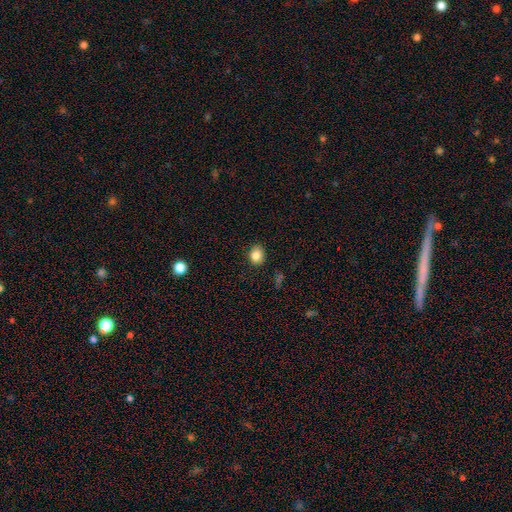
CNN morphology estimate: smooth_or_featured: smooth (p=0.84) [alt: star or artifact p=0.10]
how_rounded: round (p=0.53) [alt: in between p=0.46]
merging: none (p=0.87) [alt: minor disturbance p=0.10]